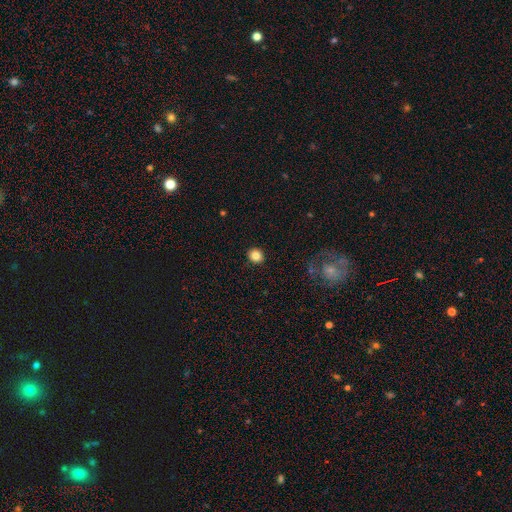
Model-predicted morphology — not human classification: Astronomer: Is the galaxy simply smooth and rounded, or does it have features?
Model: smooth — 83%.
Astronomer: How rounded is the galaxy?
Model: round — 80%.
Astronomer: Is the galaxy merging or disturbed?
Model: none — 91%.